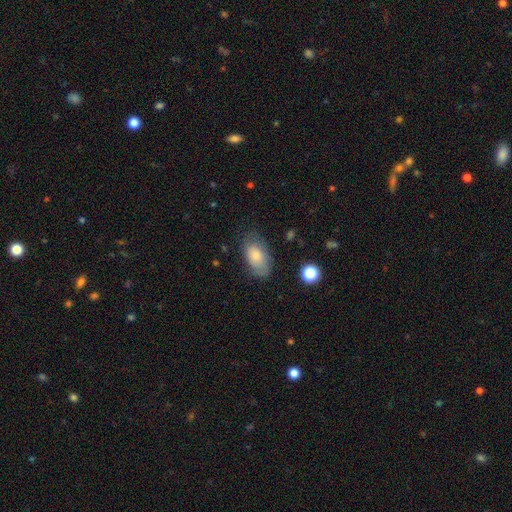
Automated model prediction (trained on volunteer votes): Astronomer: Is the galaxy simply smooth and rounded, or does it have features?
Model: smooth — 73%.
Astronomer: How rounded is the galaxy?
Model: in between — 93%.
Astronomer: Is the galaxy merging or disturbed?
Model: none — 66%.